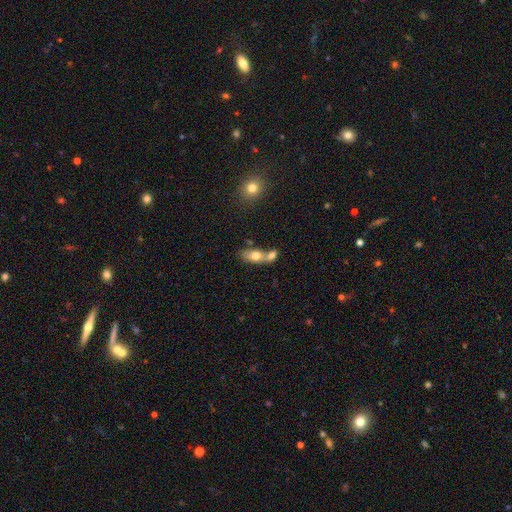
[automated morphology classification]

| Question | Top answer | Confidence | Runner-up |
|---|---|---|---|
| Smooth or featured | smooth | 70% | featured or disk (22%) |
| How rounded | in between | 80% | cigar-shaped (10%) |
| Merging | merger | 57% | none (30%) |